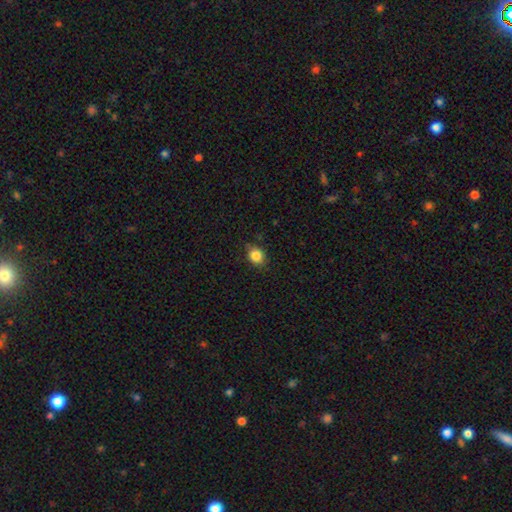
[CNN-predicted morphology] Smooth or featured? smooth (85%)
How rounded? round (63%)
Merging? none (81%)